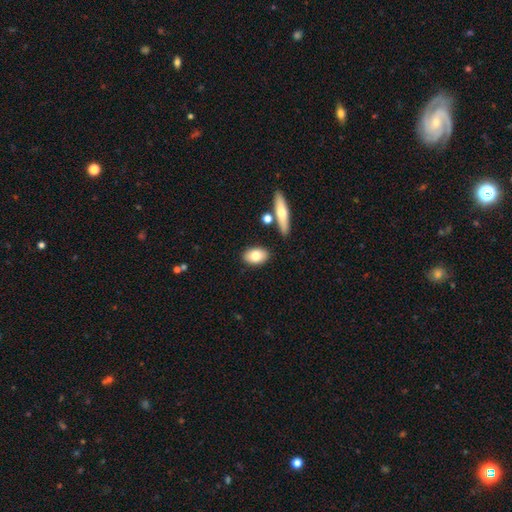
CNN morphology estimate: Overall: smooth (76%). How rounded: in between (88%). Merging: none (84%).